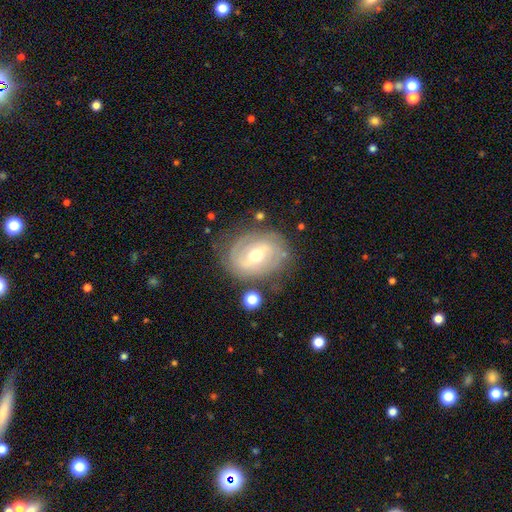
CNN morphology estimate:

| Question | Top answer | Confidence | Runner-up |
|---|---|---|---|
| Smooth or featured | featured or disk | 79% | smooth (15%) |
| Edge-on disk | no | 95% | yes (5%) |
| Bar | weak | 45% | strong (37%) |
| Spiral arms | yes | 82% | no (18%) |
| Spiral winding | tight | 51% | medium (34%) |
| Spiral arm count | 2 | 60% | can't tell (25%) |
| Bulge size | moderate | 67% | small (27%) |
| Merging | none | 71% | minor disturbance (18%) |